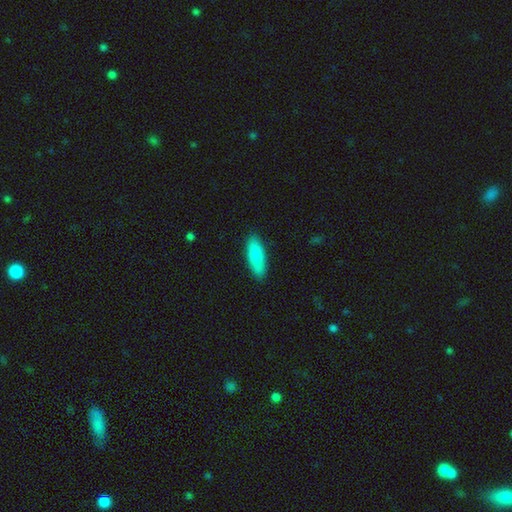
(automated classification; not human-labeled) Q: Smooth or featured?
A: smooth (85%); runner-up: featured or disk (10%)
Q: How rounded?
A: in between (59%); runner-up: cigar-shaped (39%)
Q: Merging?
A: none (88%); runner-up: minor disturbance (9%)